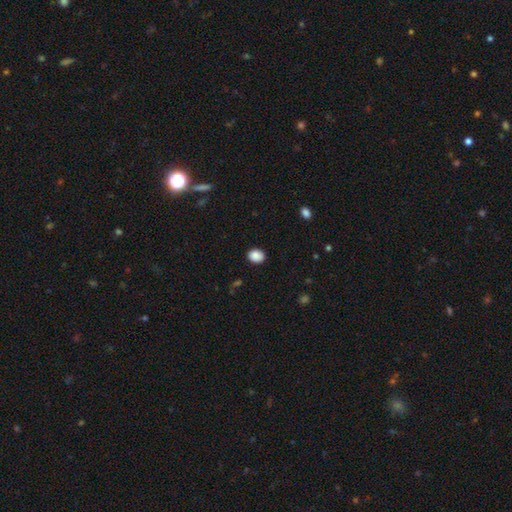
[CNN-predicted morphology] The model was most divided on "how rounded": in between: 51%, round: 48%, cigar-shaped: 1%. More confident: merging — none (89%); smooth or featured — smooth (88%).